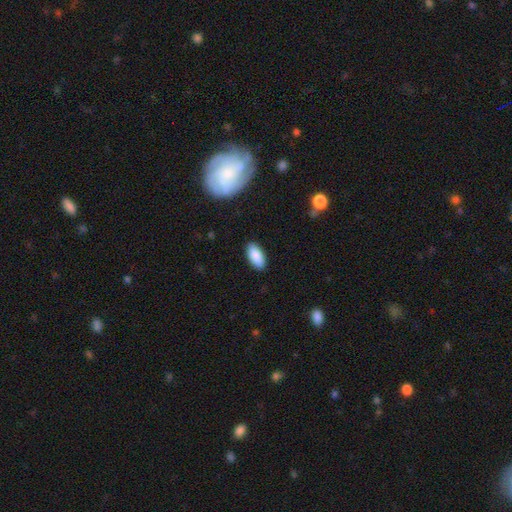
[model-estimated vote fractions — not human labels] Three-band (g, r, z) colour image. It shows a smooth galaxy with no disk features (89%) that is in between round and cigar-shaped (92%). Merging: none (88%).